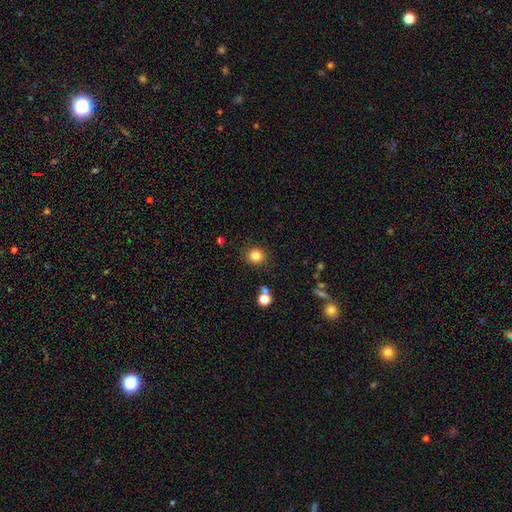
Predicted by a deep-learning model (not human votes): smooth-or-featured: smooth: 84% | star or artifact: 11% | featured or disk: 5%
  how-rounded: round: 82% | in between: 17% | cigar-shaped: 1%
  merging: none: 85% | minor disturbance: 9% | major disturbance: 3% | merger: 3%